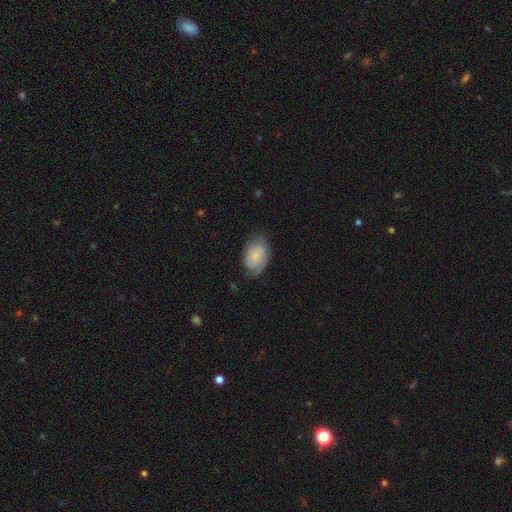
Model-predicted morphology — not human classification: A smooth galaxy with no disk features (60%) that is in between round and cigar-shaped (88%).

Vote fractions:
- Smooth or featured? smooth: 60% / featured or disk: 33% / star or artifact: 7%
- How rounded? in between: 88% / round: 10% / cigar-shaped: 1%
- Merging? none: 68% / minor disturbance: 24% / major disturbance: 7% / merger: 1%